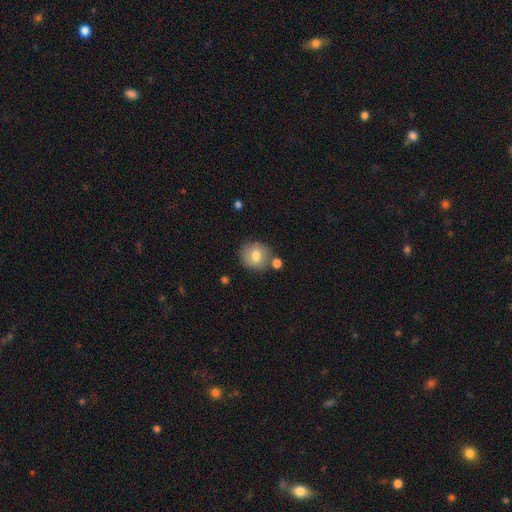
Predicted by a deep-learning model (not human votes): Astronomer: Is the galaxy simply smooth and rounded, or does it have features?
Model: smooth — 75%.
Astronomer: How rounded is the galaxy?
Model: round — 84%.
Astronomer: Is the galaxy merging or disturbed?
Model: none — 71%.